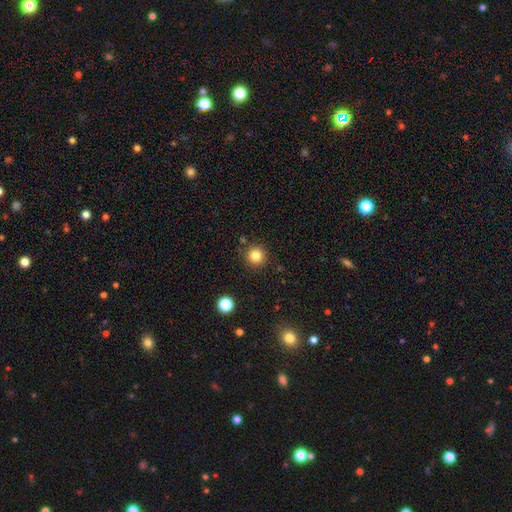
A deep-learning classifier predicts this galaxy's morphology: Overall: smooth (83%). How rounded: round (95%). Merging: none (88%).